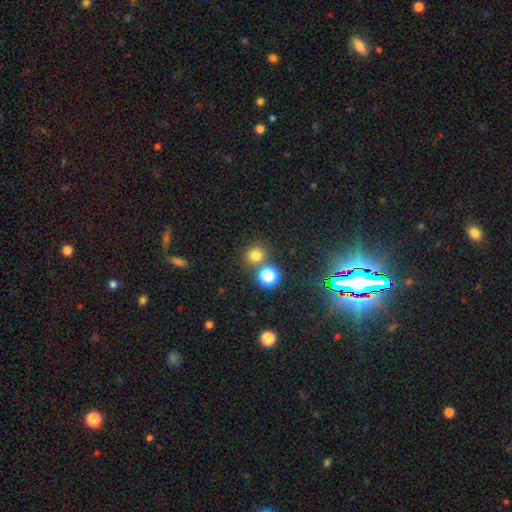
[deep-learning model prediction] This is likely a smooth galaxy (73%). How rounded: clearly round (82%). Merging: likely none (72%).